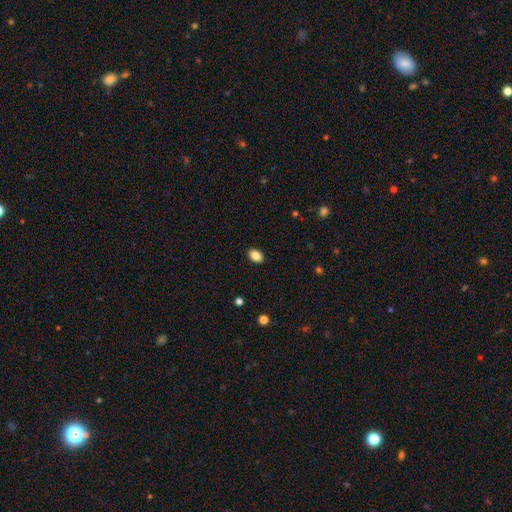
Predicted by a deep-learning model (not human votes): Morphology: type=smooth (85%); roundness=in between (83%); merging=none (89%).